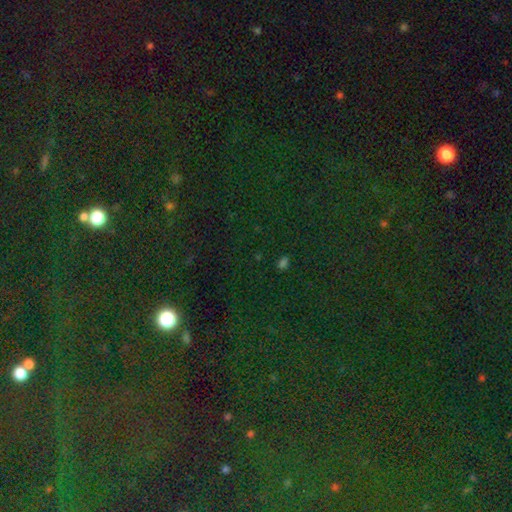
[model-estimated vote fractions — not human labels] Q: Smooth or featured?
A: star or artifact (77%); runner-up: smooth (15%)